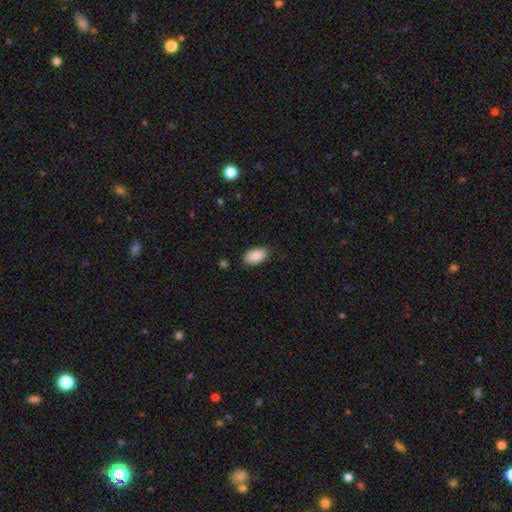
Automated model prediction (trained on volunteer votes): A smooth galaxy with no disk features (89%) that is in between round and cigar-shaped (94%).

Vote fractions:
- Smooth or featured? smooth: 89% / star or artifact: 7% / featured or disk: 5%
- How rounded? in between: 94% / round: 4% / cigar-shaped: 2%
- Merging? none: 81% / minor disturbance: 15% / major disturbance: 3% / merger: 1%